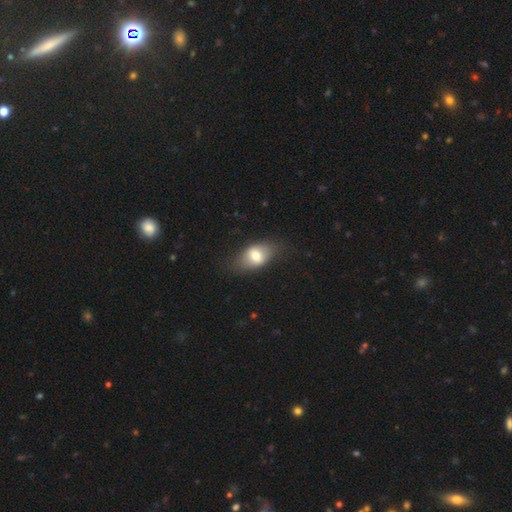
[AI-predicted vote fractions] This is likely a smooth galaxy (67%). How rounded: clearly in between (82%). Merging: likely none (72%).